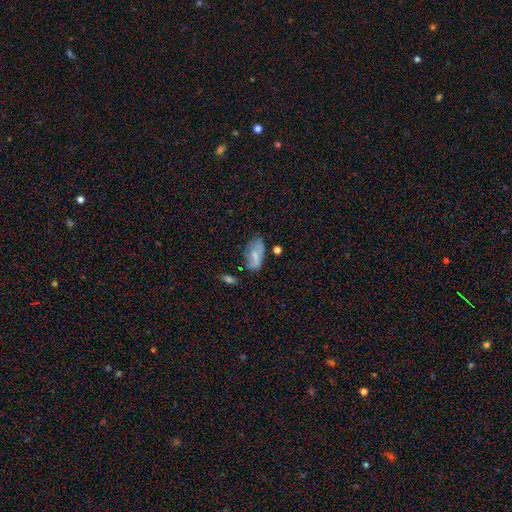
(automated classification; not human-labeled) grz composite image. It shows a smooth galaxy with no disk features (66%) that is in between round and cigar-shaped (92%). Merging: none (55%).